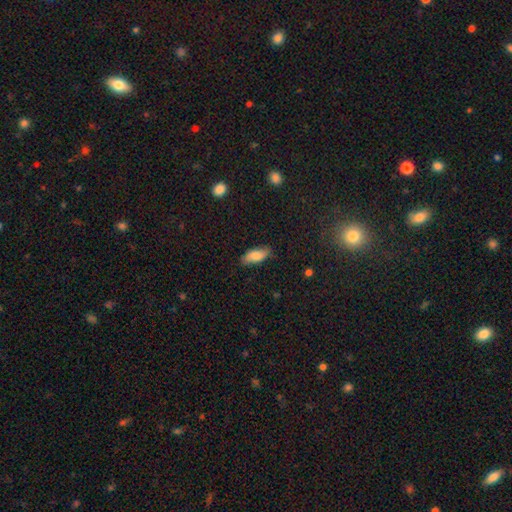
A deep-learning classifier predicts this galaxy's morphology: Overall: smooth (80%). How rounded: in between (80%). Merging: none (81%).